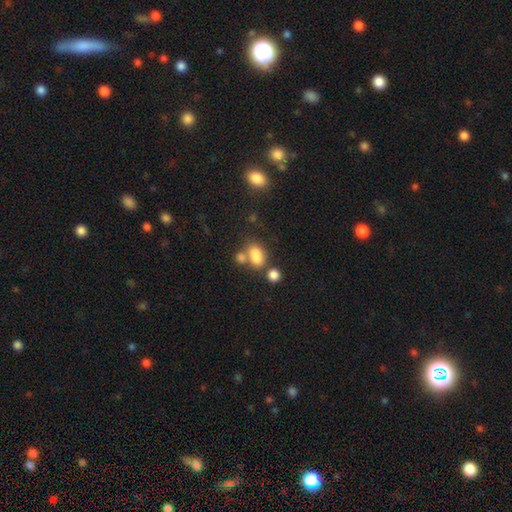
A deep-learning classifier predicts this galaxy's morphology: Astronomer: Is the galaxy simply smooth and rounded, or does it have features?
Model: smooth — 79%.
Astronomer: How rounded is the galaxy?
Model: in between — 81%.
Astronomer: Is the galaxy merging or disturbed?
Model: none — 42% (runner-up: merger, 37%).